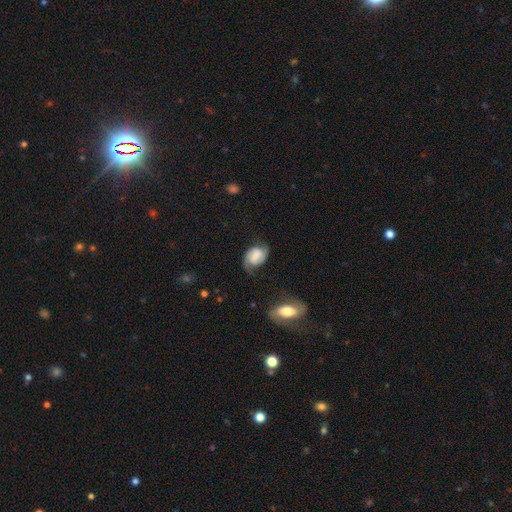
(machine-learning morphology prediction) smooth-or-featured: featured or disk: 49% | smooth: 42% | star or artifact: 9%
  merging: none: 57% | minor disturbance: 28% | major disturbance: 12% | merger: 3%